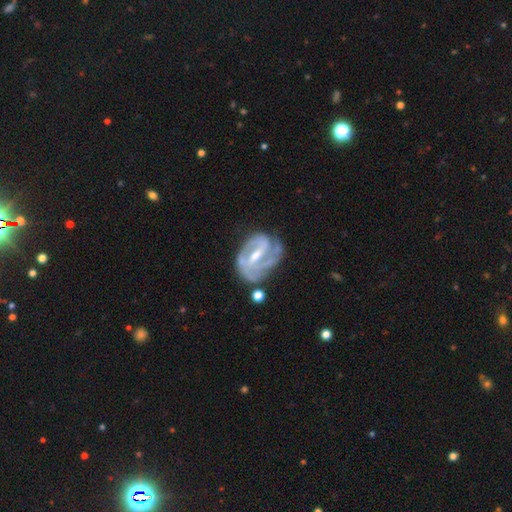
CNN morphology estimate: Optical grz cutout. It shows a featured or disk galaxy (87%) with a strong bar (48%), 2 (49%) tight (47%) spiral arms (93%) and a moderate central bulge (50%). Merging: none (51%).